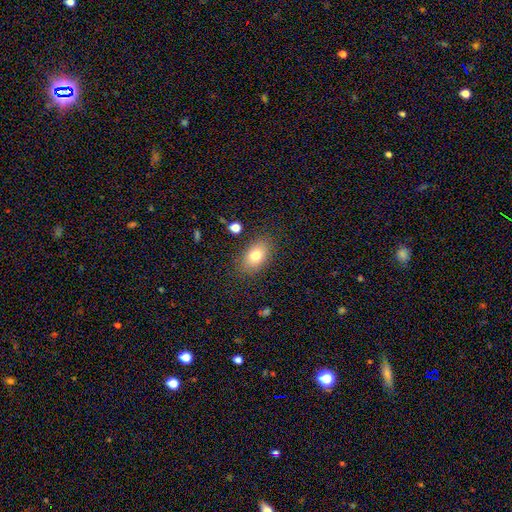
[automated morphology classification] A smooth galaxy with no disk features (78%) that is in between round and cigar-shaped (86%).

Vote fractions:
- Smooth or featured? smooth: 78% / featured or disk: 13% / star or artifact: 9%
- How rounded? in between: 86% / round: 12% / cigar-shaped: 2%
- Merging? none: 84% / minor disturbance: 11% / major disturbance: 3% / merger: 2%